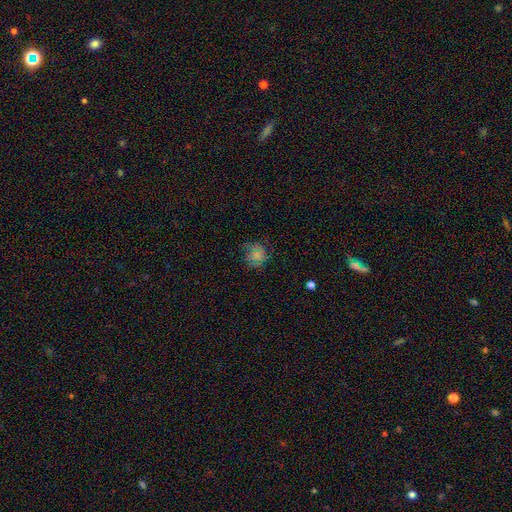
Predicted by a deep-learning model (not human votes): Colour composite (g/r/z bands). It shows a smooth galaxy with no disk features (44%). Merging: none (66%).